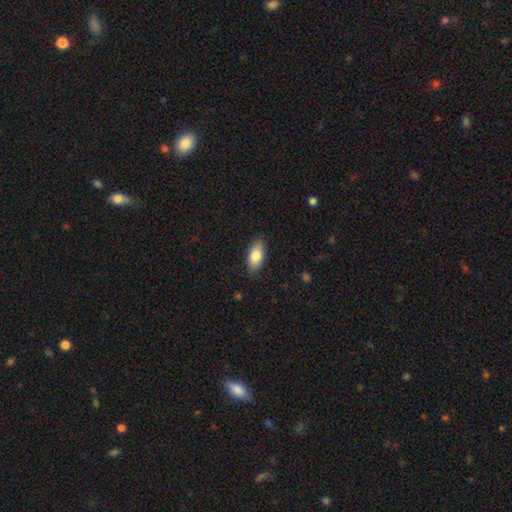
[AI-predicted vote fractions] smooth-or-featured: smooth: 82% | featured or disk: 12% | star or artifact: 6%
  how-rounded: in between: 89% | cigar-shaped: 8% | round: 3%
  merging: none: 87% | minor disturbance: 10% | major disturbance: 2% | merger: 1%